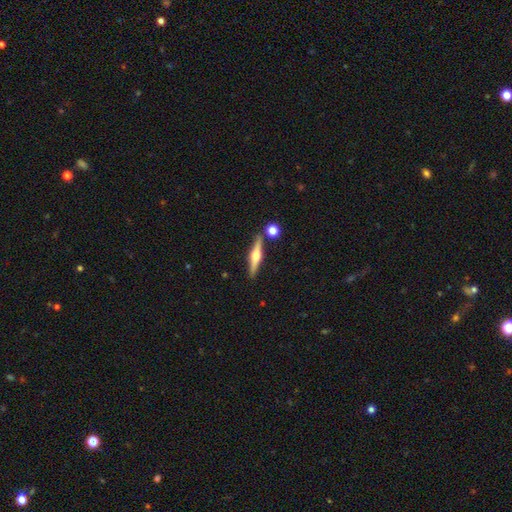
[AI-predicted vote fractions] smooth_or_featured: featured or disk (p=0.71) [alt: smooth p=0.23]
disk_edge_on: yes (p=0.97) [alt: no p=0.03]
edge_on_bulge: rounded (p=0.94) [alt: boxy p=0.04]
merging: none (p=0.84) [alt: minor disturbance p=0.08]